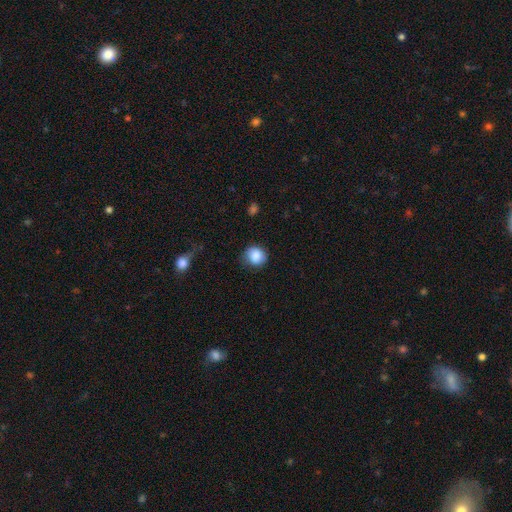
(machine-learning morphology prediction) Smooth or featured: smooth — 85% (star or artifact — 8%)
How rounded: round — 84% (in between — 15%)
Merging: none — 75% (minor disturbance — 19%)